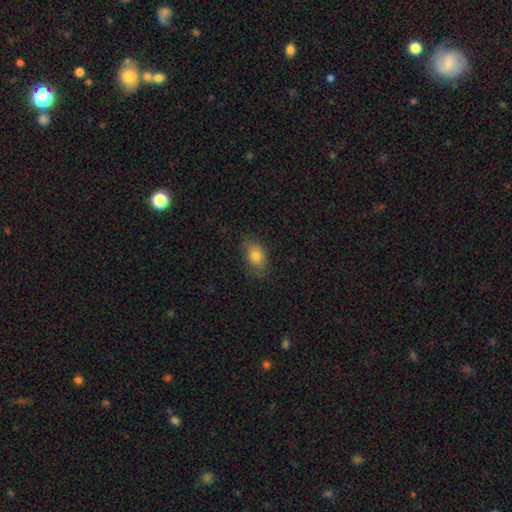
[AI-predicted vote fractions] The model was most divided on "merging": none: 75%, minor disturbance: 19%, major disturbance: 5%, merger: 1%. More confident: how rounded — in between (81%); smooth or featured — smooth (79%).